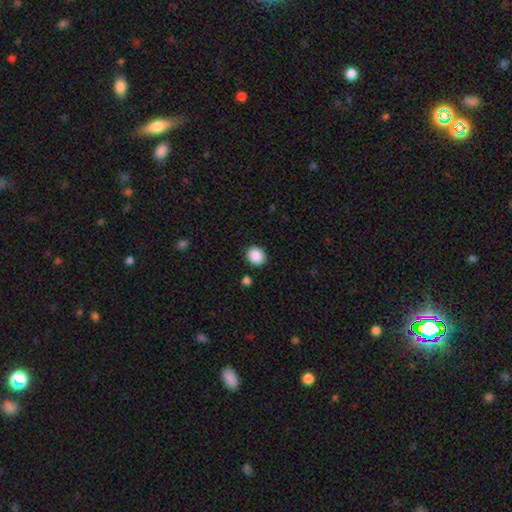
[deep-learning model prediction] Q: Smooth or featured?
A: smooth (89%); runner-up: star or artifact (9%)
Q: How rounded?
A: round (73%); runner-up: in between (26%)
Q: Merging?
A: none (88%); runner-up: minor disturbance (7%)